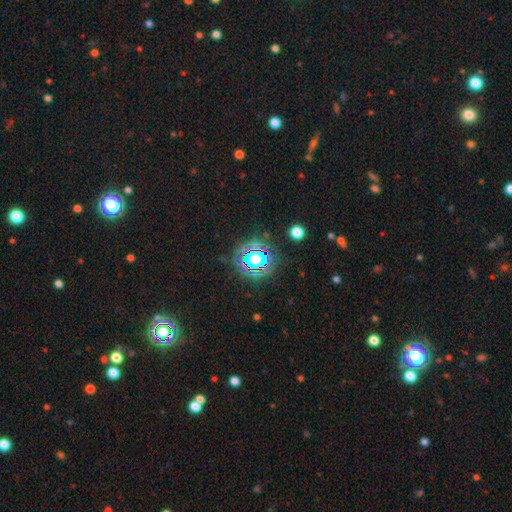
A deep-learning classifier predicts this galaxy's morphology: The model was most divided on "smooth or featured": star or artifact: 61%, smooth: 27%, featured or disk: 12%.